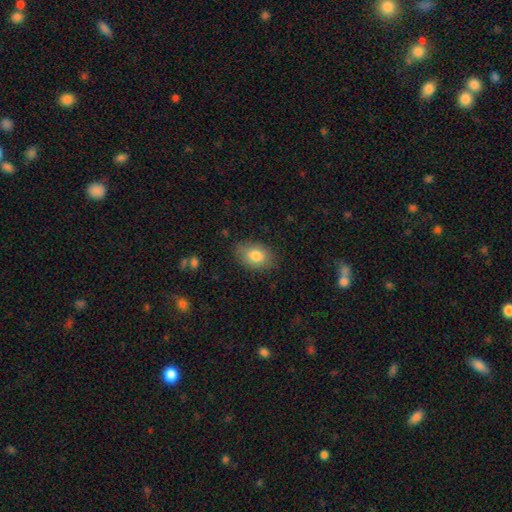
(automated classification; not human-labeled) This is clearly a smooth galaxy (81%). How rounded: likely in between (79%). Merging: likely none (80%).